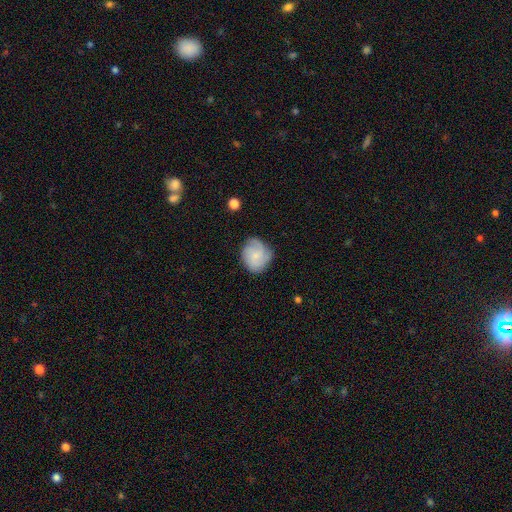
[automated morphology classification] This appears to be a smooth galaxy with no disk features (50%). Merging: none (68%).